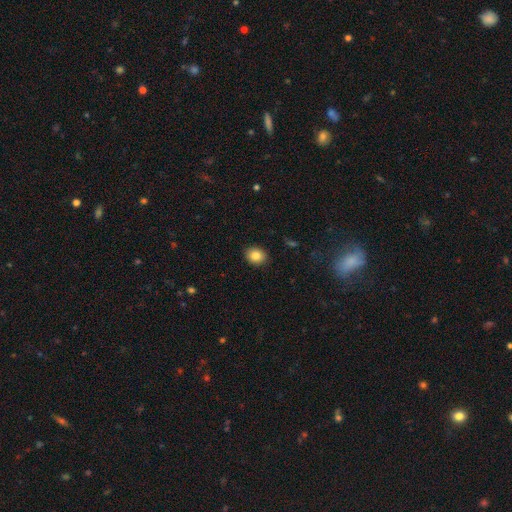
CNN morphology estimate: Overall: smooth (84%). How rounded: round (52%; in between 47%). Merging: none (90%).